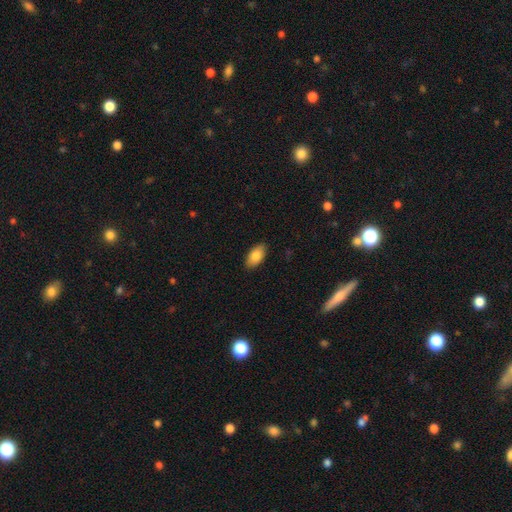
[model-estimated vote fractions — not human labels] smooth 84%, featured or disk 9%, star or artifact 6%. Down the decision tree: how rounded — in between (93%); merging — none (88%).